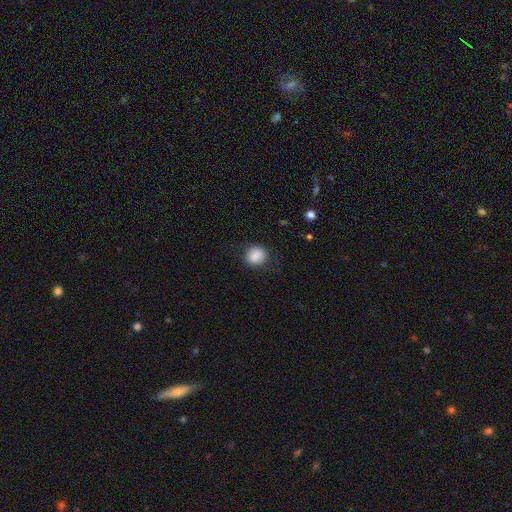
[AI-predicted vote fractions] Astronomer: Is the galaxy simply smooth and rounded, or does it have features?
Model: smooth — 86%.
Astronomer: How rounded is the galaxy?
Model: round — 79%.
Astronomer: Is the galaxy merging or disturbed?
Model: none — 82%.